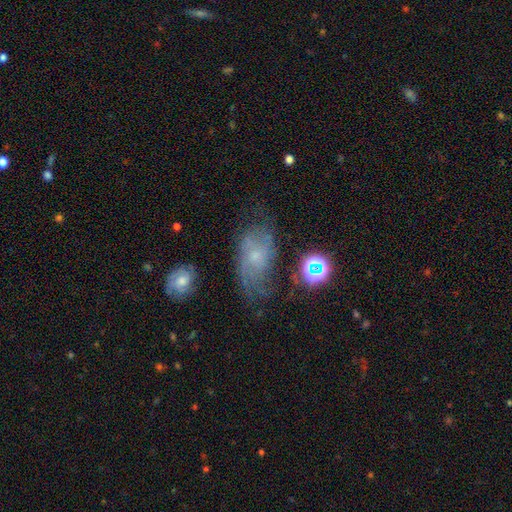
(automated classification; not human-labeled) Smooth or featured? featured or disk (54%)
Edge-on disk? no (94%)
Bar? no (75%)
Spiral arms? yes (75%)
Bulge size? small (62%)
Merging? none (50%)